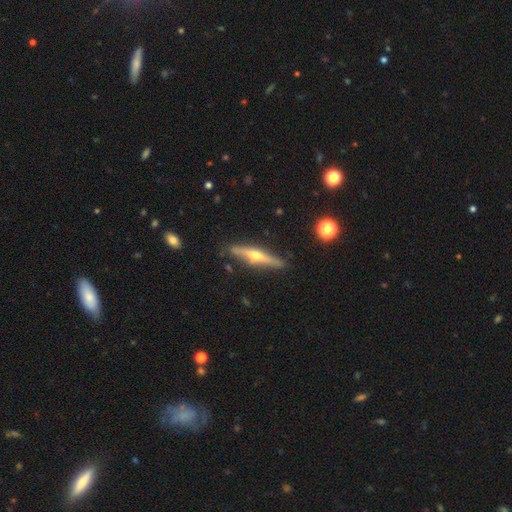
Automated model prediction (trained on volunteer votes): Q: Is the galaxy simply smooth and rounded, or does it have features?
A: featured or disk — 71%.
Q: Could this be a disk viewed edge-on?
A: yes — 96%.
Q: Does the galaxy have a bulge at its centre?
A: rounded — 90%.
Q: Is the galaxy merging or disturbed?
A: none — 86%.